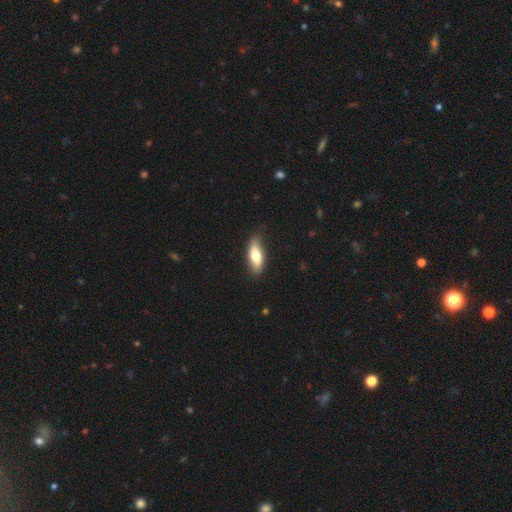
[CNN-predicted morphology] Smooth or featured? smooth (68%)
How rounded? in between (69%)
Merging? none (78%)